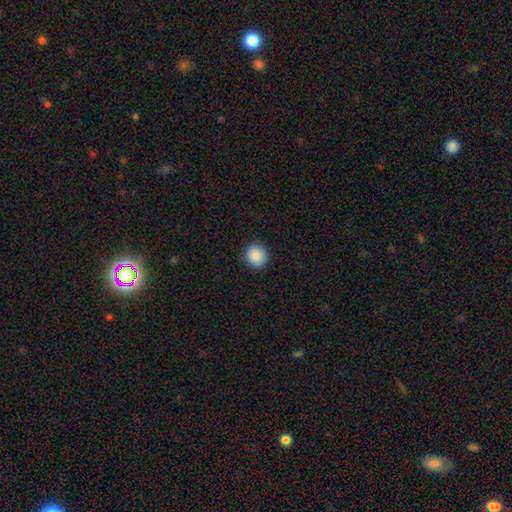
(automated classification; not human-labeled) This is clearly a smooth galaxy (88%). How rounded: clearly round (90%). Merging: clearly none (89%).